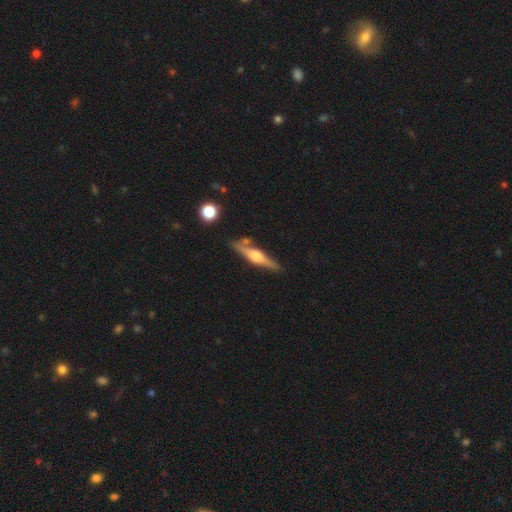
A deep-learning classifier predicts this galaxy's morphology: This is likely a featured or disk galaxy (70%). It is clearly viewed edge-on (97%). Edge-on bulge: clearly rounded (88%). Merging: likely none (80%).